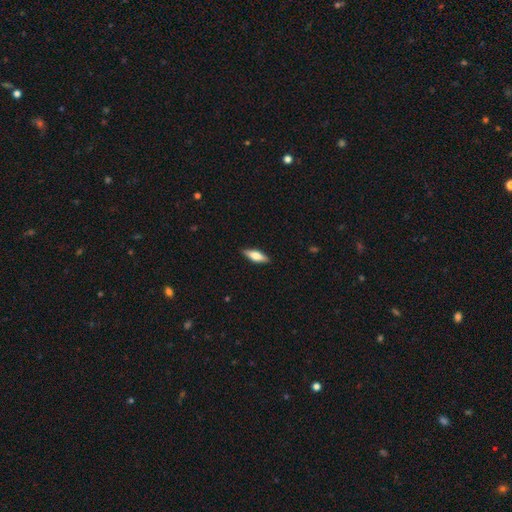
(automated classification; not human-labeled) Overall: smooth (60%; featured or disk 34%). How rounded: in between (56%; cigar-shaped 42%). Merging: none (89%).